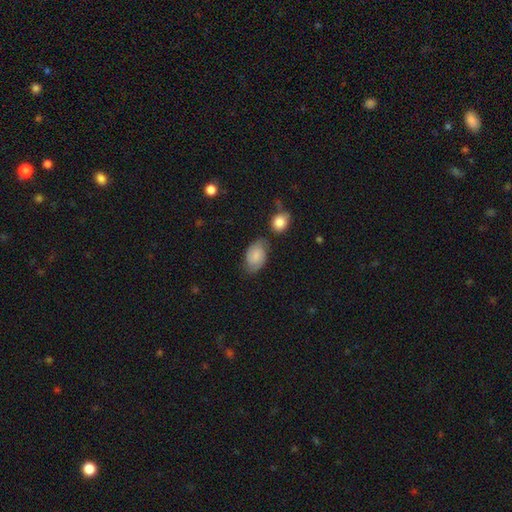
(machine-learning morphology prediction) Smooth or featured?
  - smooth: 61% *
  - featured or disk: 31%
  - star or artifact: 8%
How rounded?
  - in between: 86% *
  - round: 12%
  - cigar-shaped: 2%
Merging?
  - none: 66% *
  - minor disturbance: 20%
  - merger: 9%
  - major disturbance: 6%